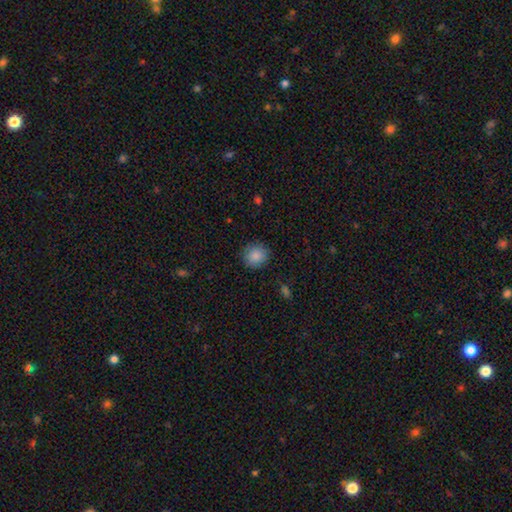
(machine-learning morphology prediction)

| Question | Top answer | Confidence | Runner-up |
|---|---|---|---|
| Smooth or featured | smooth | 88% | star or artifact (8%) |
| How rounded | round | 87% | in between (12%) |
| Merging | none | 89% | minor disturbance (8%) |